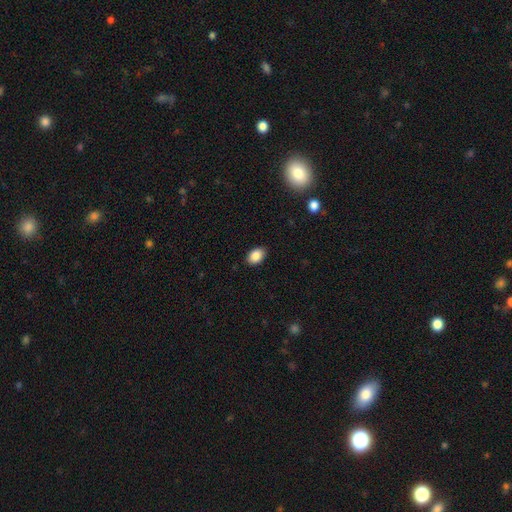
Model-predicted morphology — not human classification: smooth_or_featured: smooth (p=0.88) [alt: star or artifact p=0.08]
how_rounded: in between (p=0.83) [alt: round p=0.15]
merging: none (p=0.88) [alt: minor disturbance p=0.09]